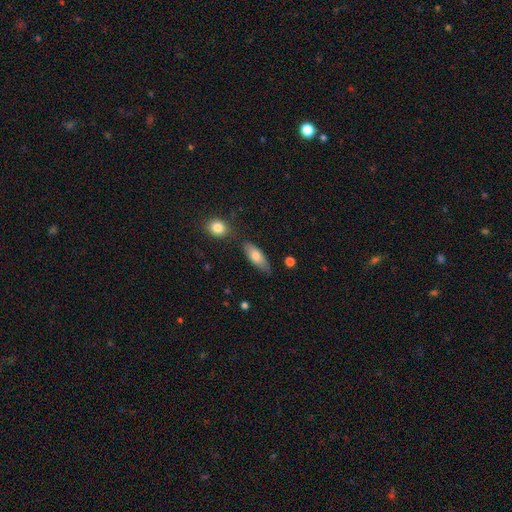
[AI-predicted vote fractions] Smooth or featured? Predicted: smooth (p=0.74). How rounded? Predicted: in between (p=0.73). Merging? Predicted: none (p=0.73).